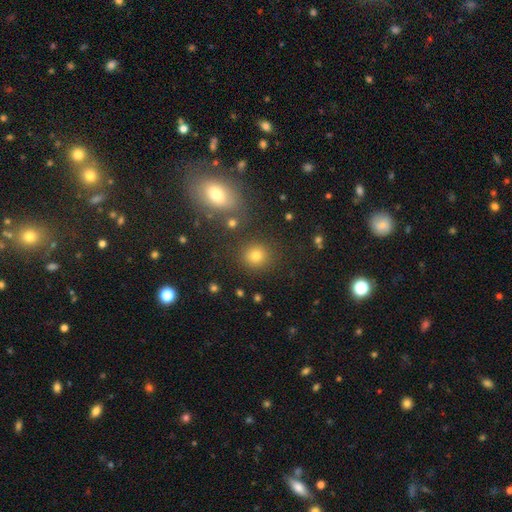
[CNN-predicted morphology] Smooth or featured: smooth — 76% (star or artifact — 17%)
How rounded: round — 83% (in between — 15%)
Merging: none — 84% (minor disturbance — 7%)